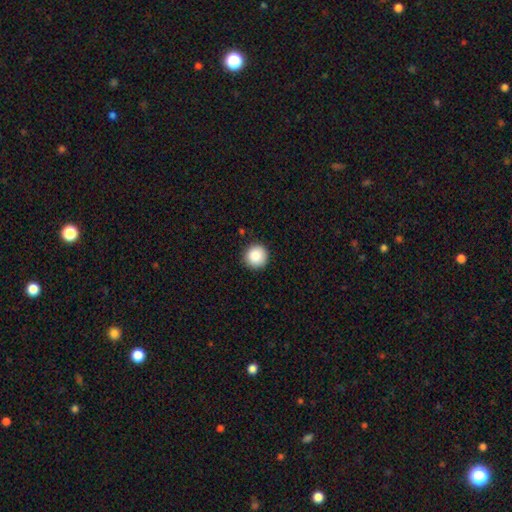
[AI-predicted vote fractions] This is clearly a smooth galaxy (88%). How rounded: clearly round (96%). Merging: clearly none (91%).